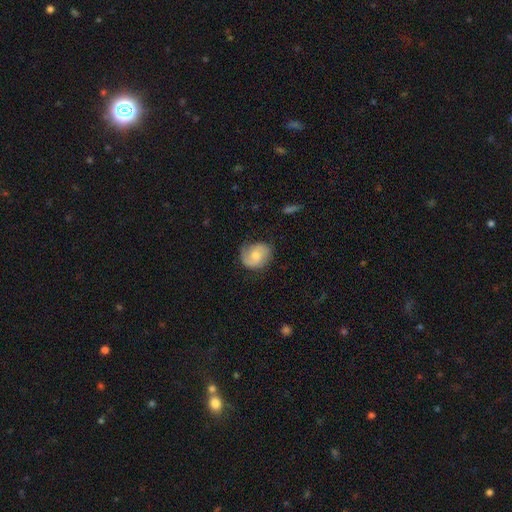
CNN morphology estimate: The model was most divided on "smooth or featured": featured or disk: 51%, smooth: 42%, star or artifact: 7%. More confident: edge-on disk — no (97%); merging — none (69%).